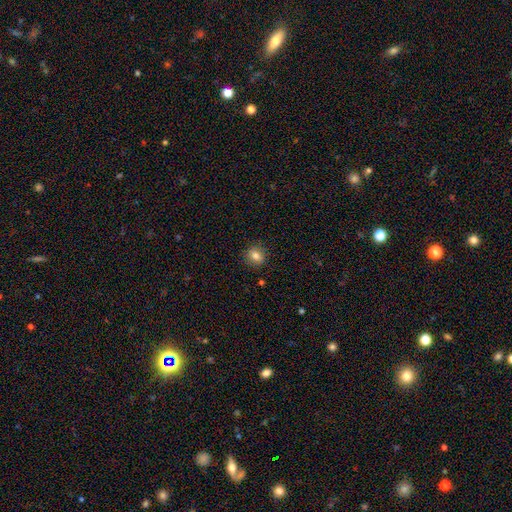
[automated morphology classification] Overall: smooth (79%). How rounded: round (70%). Merging: none (88%).